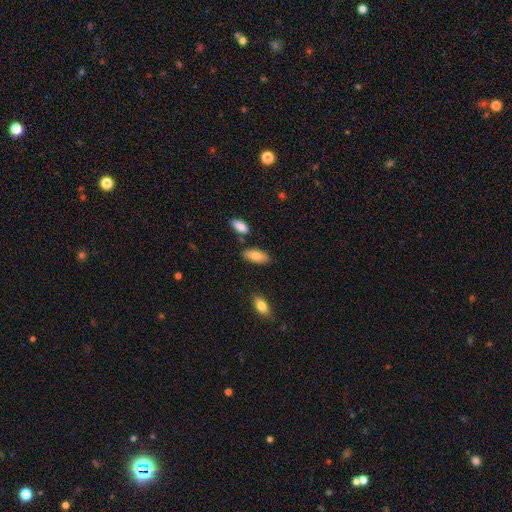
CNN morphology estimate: This appears to be a smooth galaxy with no disk features (83%) that is in between round and cigar-shaped (86%). Merging: none (79%).